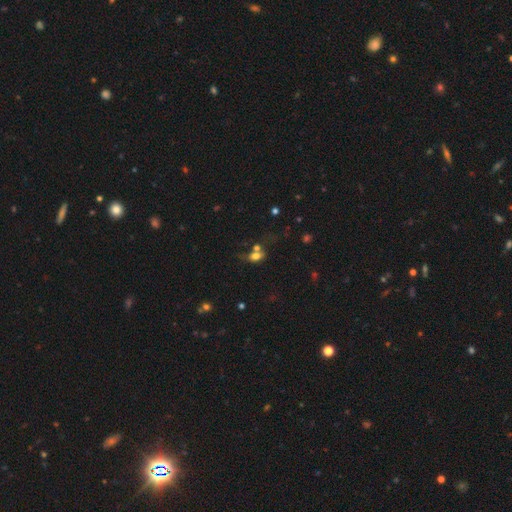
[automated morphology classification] Smooth or featured? smooth (67%)
How rounded? in between (67%)
Merging? merger (41%)